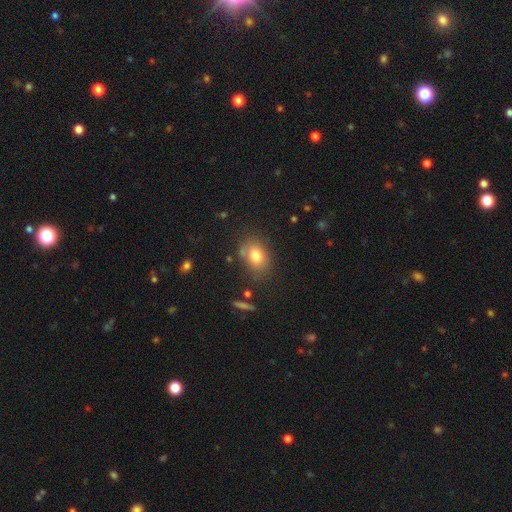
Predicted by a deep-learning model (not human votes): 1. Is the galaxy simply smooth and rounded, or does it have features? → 77% smooth, 13% featured or disk, 10% star or artifact.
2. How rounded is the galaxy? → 67% in between, 31% round, 1% cigar-shaped.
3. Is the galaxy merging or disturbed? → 68% none, 19% minor disturbance, 7% major disturbance, 6% merger.